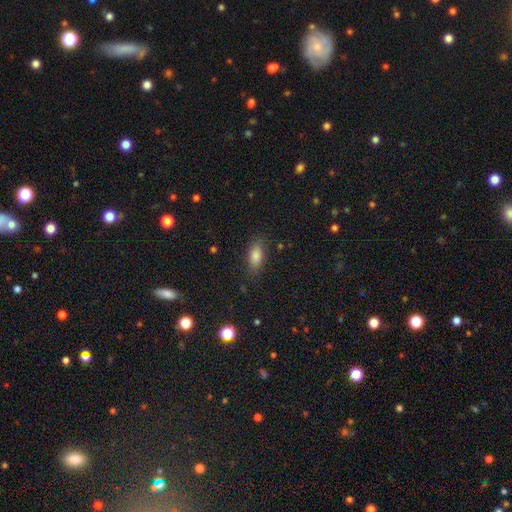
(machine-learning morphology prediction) smooth-or-featured: smooth: 82% | star or artifact: 10% | featured or disk: 7%
  how-rounded: in between: 82% | cigar-shaped: 13% | round: 5%
  merging: none: 83% | minor disturbance: 12% | major disturbance: 3% | merger: 1%